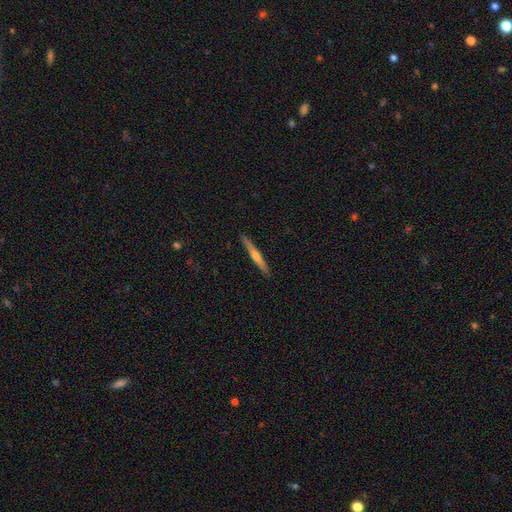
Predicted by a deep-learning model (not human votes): This appears to be a featured or disk galaxy (65%) viewed edge-on (98%) with a rounded central bulge (77%). Merging: none (92%).